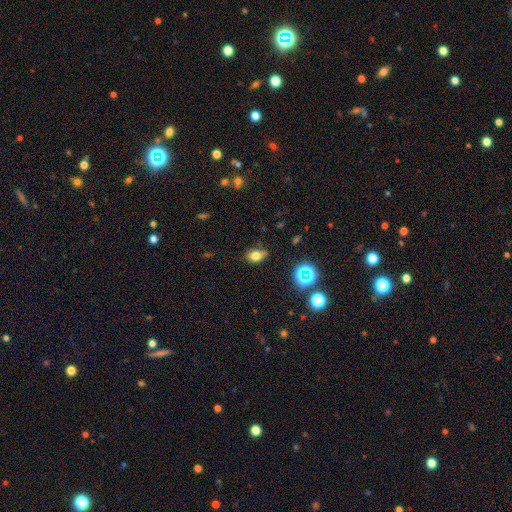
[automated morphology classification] A smooth galaxy with no disk features (73%) that is in between round and cigar-shaped (77%).

Vote fractions:
- Smooth or featured? smooth: 73% / star or artifact: 16% / featured or disk: 11%
- How rounded? in between: 77% / round: 21% / cigar-shaped: 2%
- Merging? none: 69% / minor disturbance: 23% / major disturbance: 5% / merger: 3%